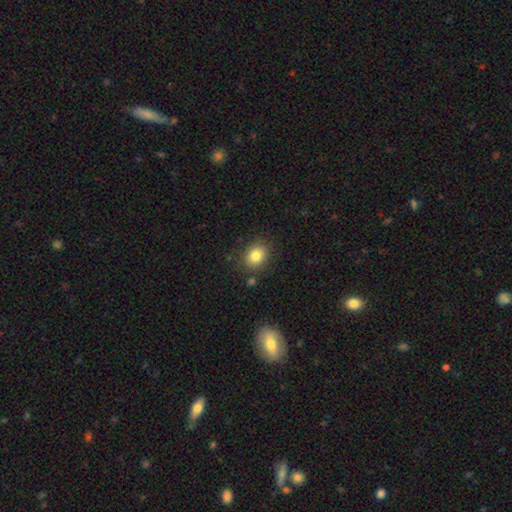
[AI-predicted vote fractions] Smooth or featured? Predicted: smooth (p=0.83). How rounded? Predicted: round (p=0.58). Merging? Predicted: none (p=0.83).